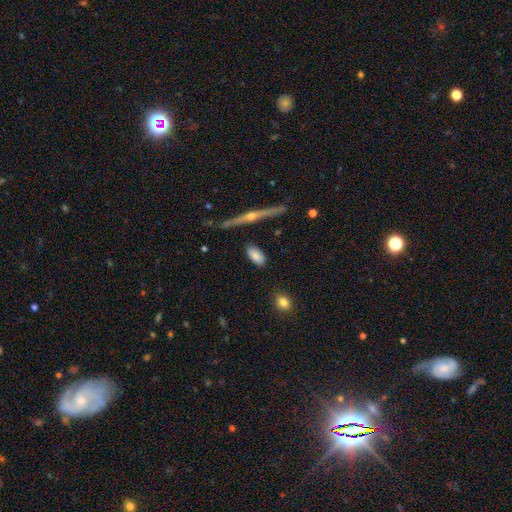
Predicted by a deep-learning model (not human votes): Morphology: type=smooth (77%); roundness=in between (89%); merging=none (82%).